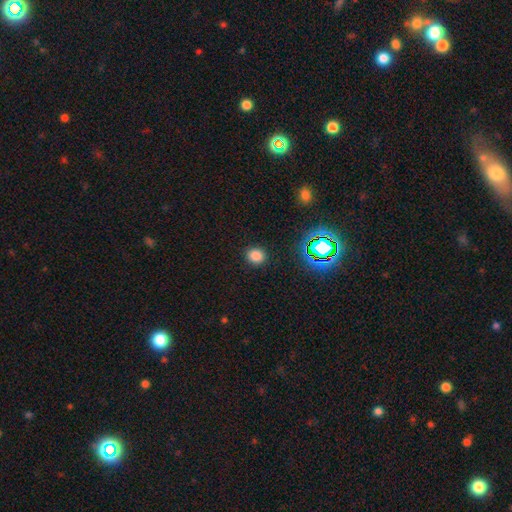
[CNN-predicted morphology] smooth-or-featured: smooth: 79% | star or artifact: 17% | featured or disk: 4%
  how-rounded: round: 77% | in between: 22% | cigar-shaped: 1%
  merging: none: 90% | minor disturbance: 7% | major disturbance: 2% | merger: 1%